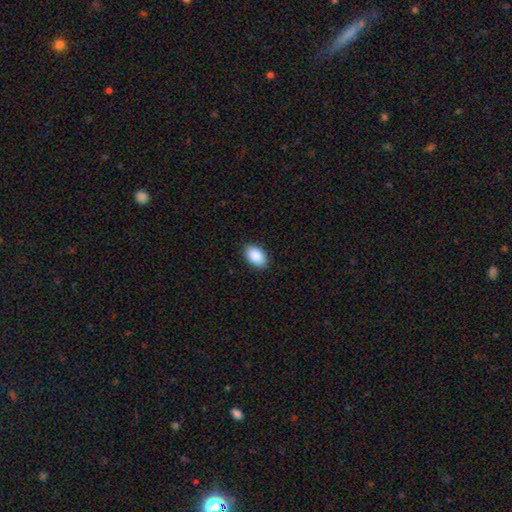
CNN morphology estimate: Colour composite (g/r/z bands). It shows a smooth galaxy with no disk features (91%) that is in between round and cigar-shaped (90%). Merging: none (89%).